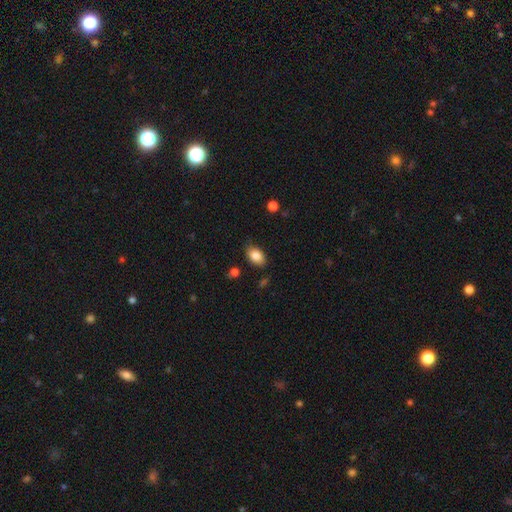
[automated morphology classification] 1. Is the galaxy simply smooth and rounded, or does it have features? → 85% smooth, 8% star or artifact, 7% featured or disk.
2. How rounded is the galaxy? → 88% in between, 10% round, 1% cigar-shaped.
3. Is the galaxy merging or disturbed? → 81% none, 14% minor disturbance, 3% major disturbance, 2% merger.